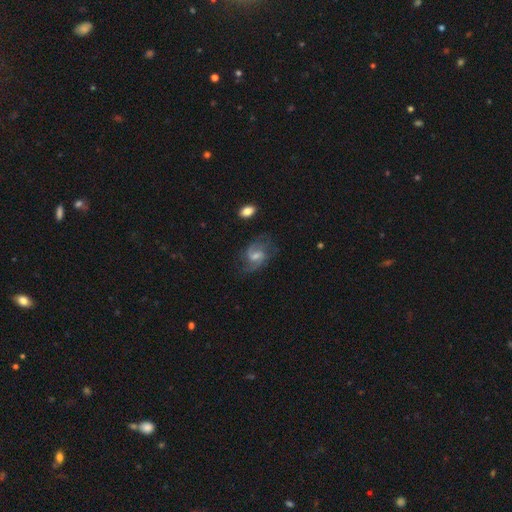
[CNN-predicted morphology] A featured or disk galaxy (81%) with a weak bar (59%), 2 (83%) medium (47%) spiral arms (94%) and a small central bulge (49%).

Vote fractions:
- Smooth or featured? featured or disk: 81% / smooth: 13% / star or artifact: 7%
- Edge-on disk? no: 97% / yes: 3%
- Bar? weak: 59% / no: 26% / strong: 15%
- Spiral arms? yes: 94% / no: 6%
- Spiral winding? medium: 47% / loose: 40% / tight: 12%
- Spiral arm count? 2: 83% / can't tell: 7% / 3: 4% / 1: 3% / 4: 2% / more than 4: 1%
- Bulge size? small: 49% / moderate: 38% / none: 10% / large: 3% / dominant: 1%
- Merging? none: 65% / minor disturbance: 20% / major disturbance: 12% / merger: 2%